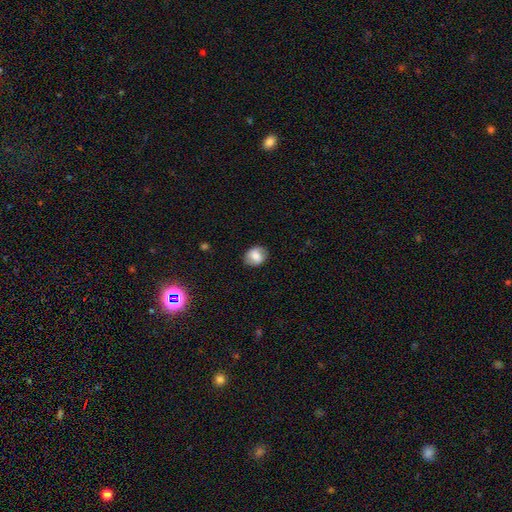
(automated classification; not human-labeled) This appears to be a smooth galaxy with no disk features (73%) that is round (56%). Merging: none (83%).